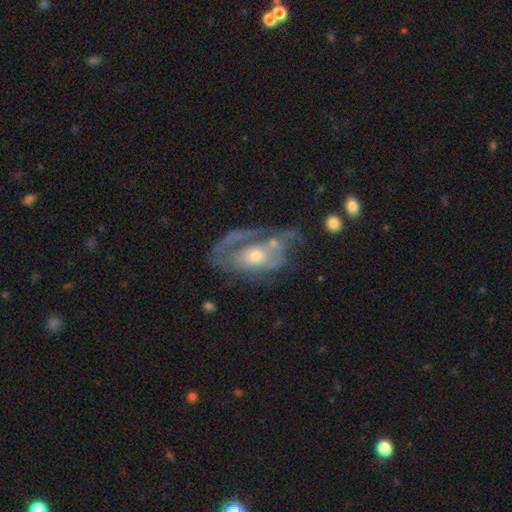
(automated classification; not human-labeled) Smooth or featured? Predicted: featured or disk (p=0.70). Edge-on disk? Predicted: no (p=0.93). Bar? Predicted: no (p=0.79). Spiral arms? Predicted: yes (p=0.61). Bulge size? Predicted: moderate (p=0.51). Merging? Predicted: none (p=0.37).